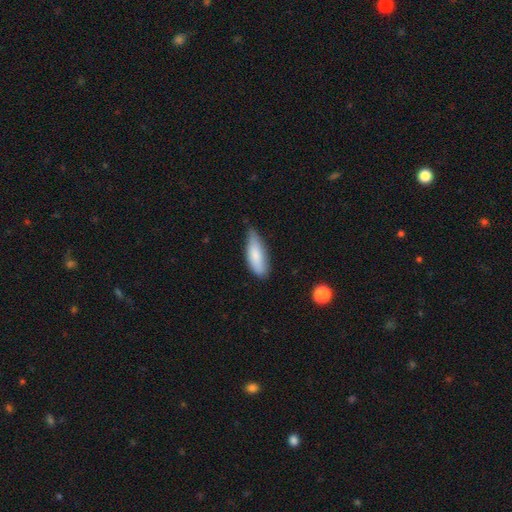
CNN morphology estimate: Smooth or featured? Predicted: smooth (p=0.83). How rounded? Predicted: in between (p=0.59). Merging? Predicted: none (p=0.56).